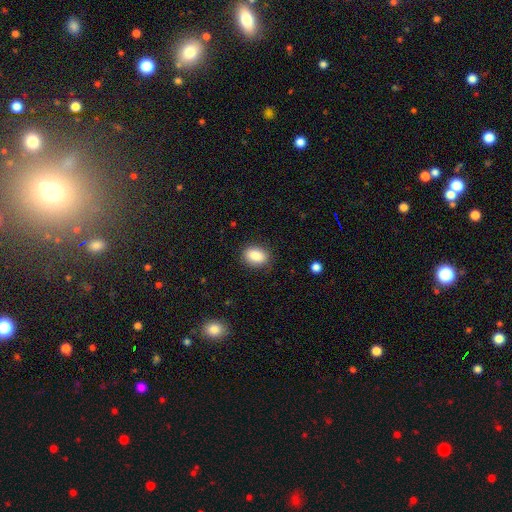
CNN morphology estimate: Smooth or featured: smooth — 88% (star or artifact — 8%)
How rounded: in between — 79% (round — 20%)
Merging: none — 84% (minor disturbance — 12%)